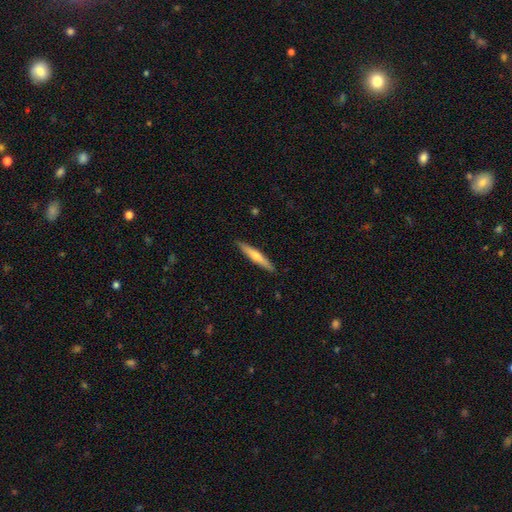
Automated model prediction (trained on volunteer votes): Smooth or featured: smooth — 48% (featured or disk — 46%)
Merging: none — 91% (minor disturbance — 7%)